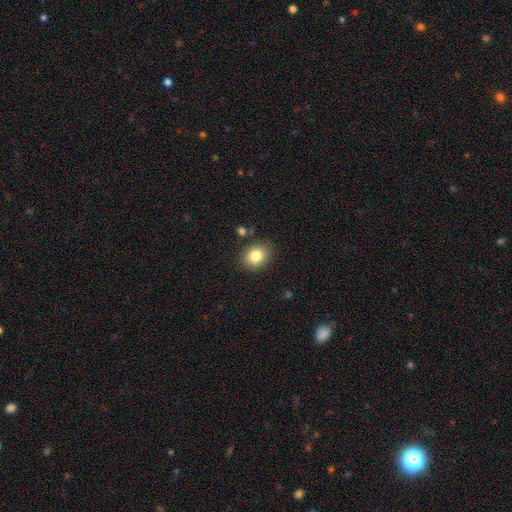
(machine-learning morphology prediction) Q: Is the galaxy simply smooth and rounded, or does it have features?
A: smooth — 83%.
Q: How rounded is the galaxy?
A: round — 55%.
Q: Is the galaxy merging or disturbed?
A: none — 83%.